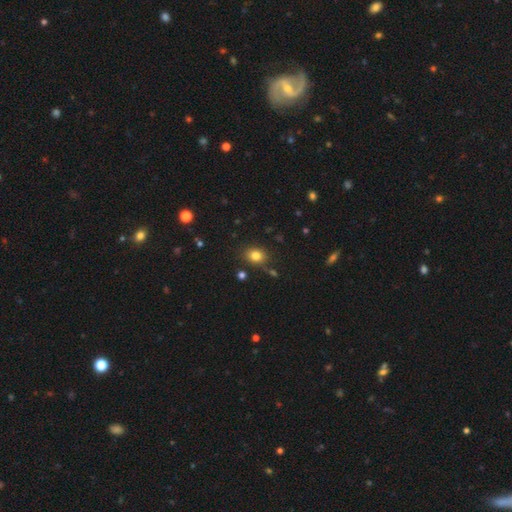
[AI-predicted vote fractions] A smooth galaxy with no disk features (81%) that is round (51%).

Vote fractions:
- Smooth or featured? smooth: 81% / star or artifact: 12% / featured or disk: 7%
- How rounded? round: 51% / in between: 48% / cigar-shaped: 1%
- Merging? none: 80% / minor disturbance: 12% / merger: 4% / major disturbance: 4%